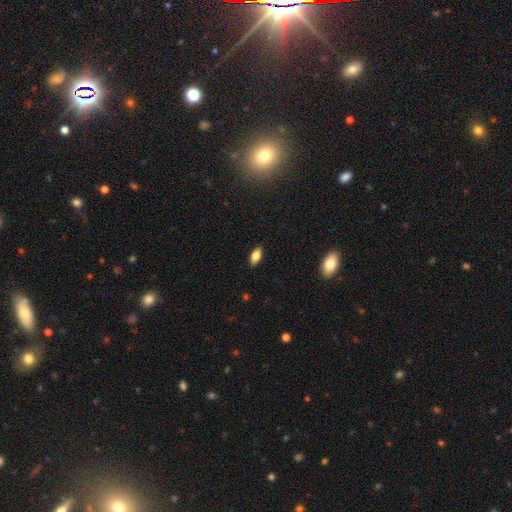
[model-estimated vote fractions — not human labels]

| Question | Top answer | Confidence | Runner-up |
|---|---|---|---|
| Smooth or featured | smooth | 82% | featured or disk (10%) |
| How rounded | in between | 90% | cigar-shaped (6%) |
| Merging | none | 88% | minor disturbance (9%) |